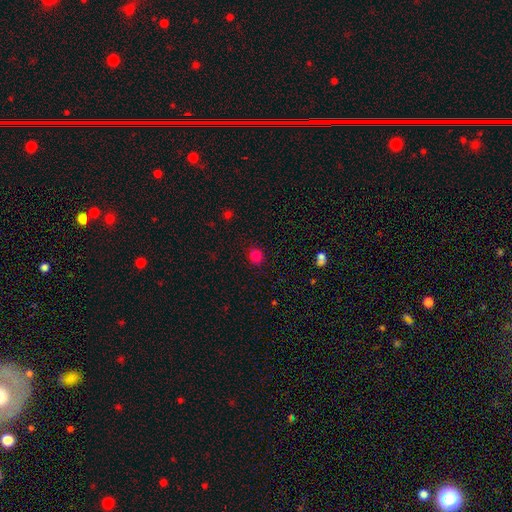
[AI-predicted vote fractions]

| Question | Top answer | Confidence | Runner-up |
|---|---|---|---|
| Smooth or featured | smooth | 82% | star or artifact (15%) |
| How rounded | round | 85% | in between (14%) |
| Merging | none | 90% | minor disturbance (7%) |